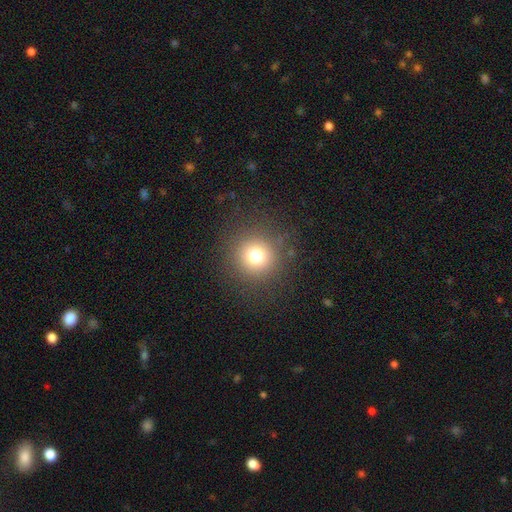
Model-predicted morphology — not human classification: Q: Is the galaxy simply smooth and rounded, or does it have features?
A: smooth — 75%.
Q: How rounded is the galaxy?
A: round — 95%.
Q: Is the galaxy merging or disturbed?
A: none — 88%.